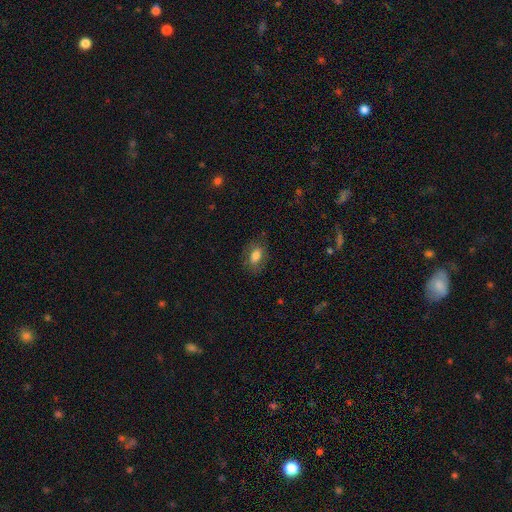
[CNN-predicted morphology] smooth_or_featured: smooth (p=0.75) [alt: featured or disk p=0.15]
how_rounded: in between (p=0.85) [alt: round p=0.12]
merging: none (p=0.77) [alt: minor disturbance p=0.15]